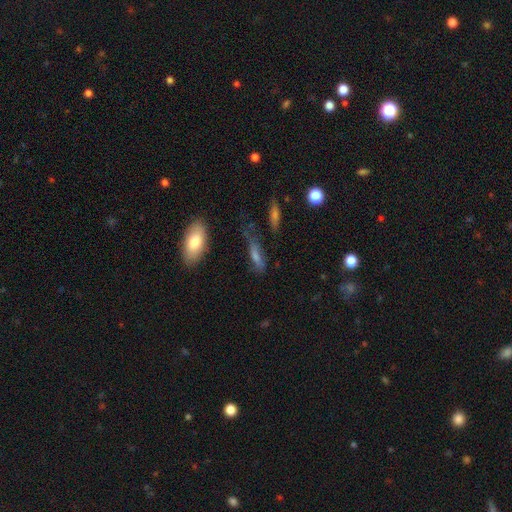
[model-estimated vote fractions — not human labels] Overall: smooth (56%; featured or disk 27%). How rounded: in between (50%; cigar-shaped 44%). Merging: none (62%).